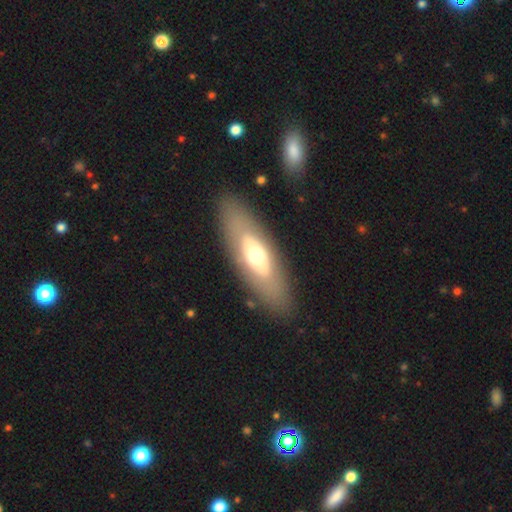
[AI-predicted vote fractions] Smooth or featured? smooth (47%, tied with featured or disk)
Merging? none (84%)